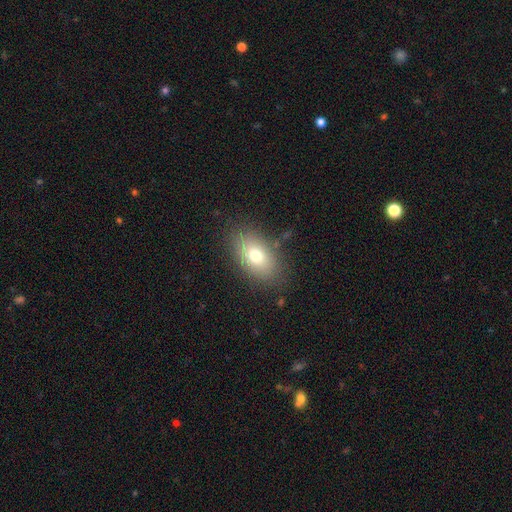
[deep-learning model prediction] Smooth or featured? smooth (72%)
How rounded? in between (87%)
Merging? none (80%)